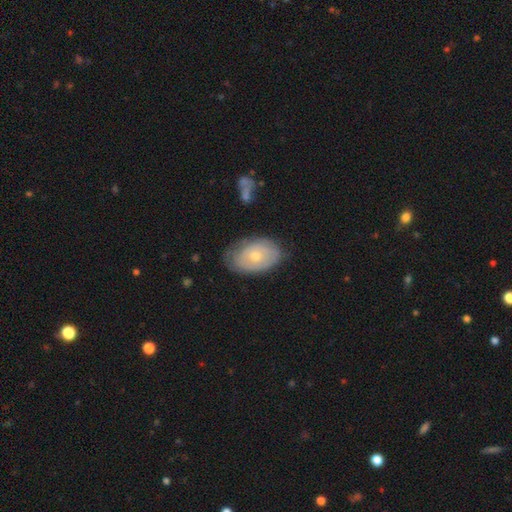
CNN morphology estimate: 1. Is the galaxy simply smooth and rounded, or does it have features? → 48% featured or disk, 46% smooth, 6% star or artifact.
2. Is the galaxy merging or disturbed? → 67% none, 24% minor disturbance, 7% major disturbance, 2% merger.